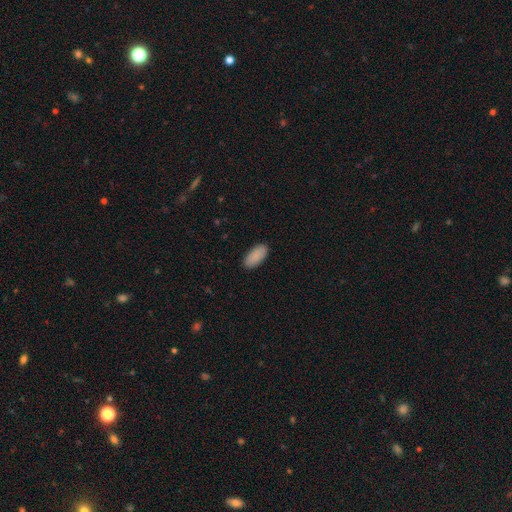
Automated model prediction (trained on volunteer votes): Smooth or featured: smooth — 90% (star or artifact — 6%)
How rounded: in between — 92% (cigar-shaped — 6%)
Merging: none — 89% (minor disturbance — 9%)